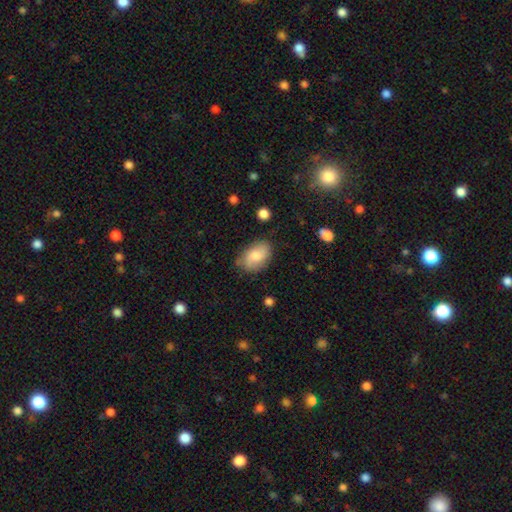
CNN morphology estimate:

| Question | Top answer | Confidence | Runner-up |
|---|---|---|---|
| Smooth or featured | smooth | 70% | featured or disk (23%) |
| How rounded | in between | 88% | round (11%) |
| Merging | none | 72% | minor disturbance (21%) |